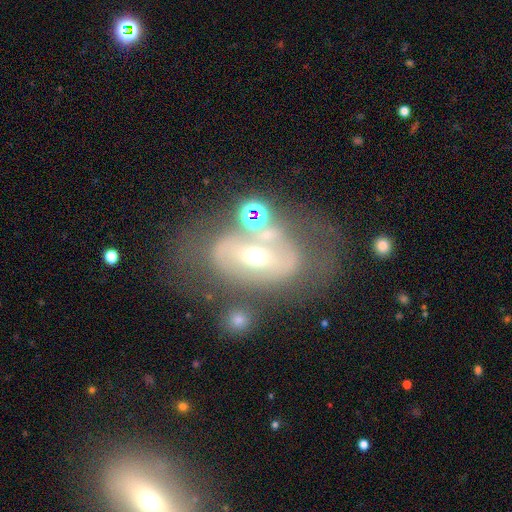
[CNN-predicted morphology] Q: Smooth or featured?
A: featured or disk (73%); runner-up: smooth (17%)
Q: Edge-on disk?
A: no (93%); runner-up: yes (7%)
Q: Bar?
A: no (42%); runner-up: weak (29%)
Q: Spiral arms?
A: yes (51%); runner-up: no (49%)
Q: Bulge size?
A: moderate (48%); runner-up: small (46%)
Q: Merging?
A: none (52%); runner-up: minor disturbance (19%)